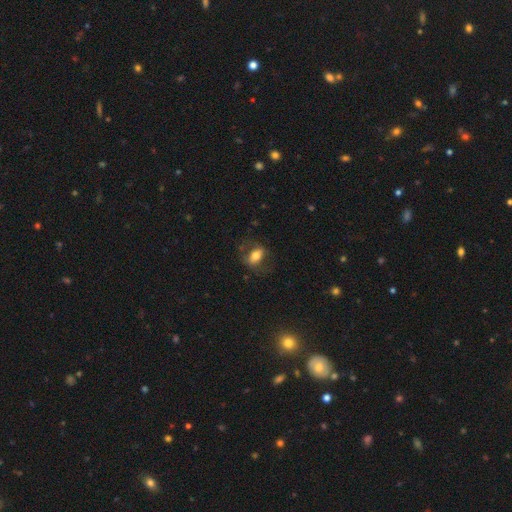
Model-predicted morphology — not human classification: smooth-or-featured: smooth: 62% | featured or disk: 29% | star or artifact: 9%
  how-rounded: in between: 78% | round: 19% | cigar-shaped: 3%
  merging: none: 64% | minor disturbance: 19% | major disturbance: 16% | merger: 1%